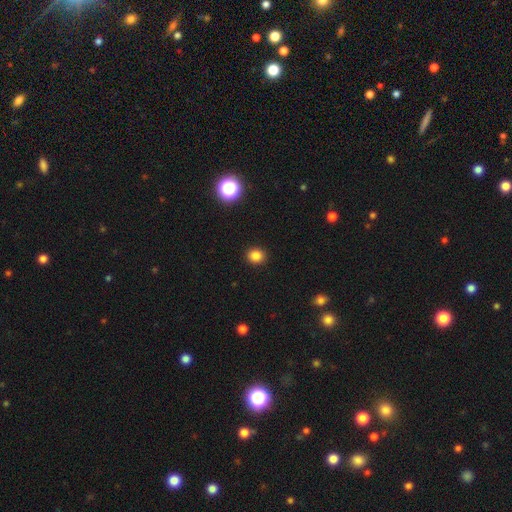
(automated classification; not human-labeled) Morphology: type=smooth (83%); roundness=round (80%); merging=none (92%).